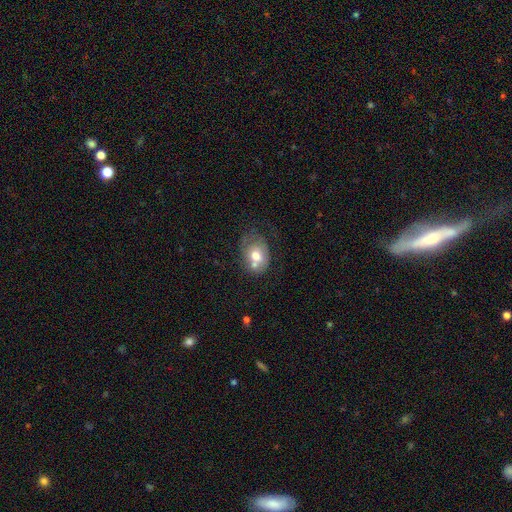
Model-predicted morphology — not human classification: type=smooth (62%); roundness=in between (64%); merging=none (34%).